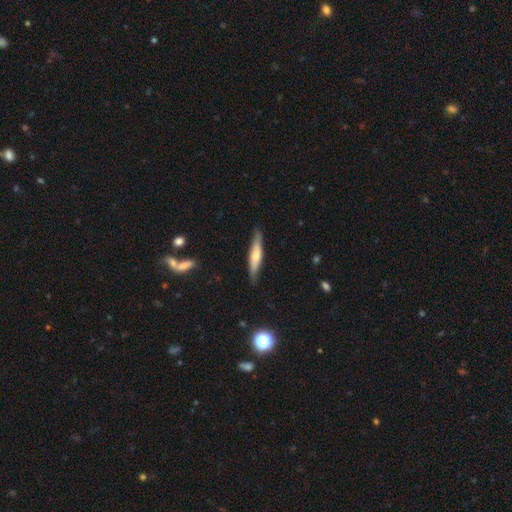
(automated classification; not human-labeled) The model was most divided on "smooth or featured": smooth: 52%, featured or disk: 42%, star or artifact: 6%. More confident: merging — none (84%); how rounded — cigar-shaped (84%).